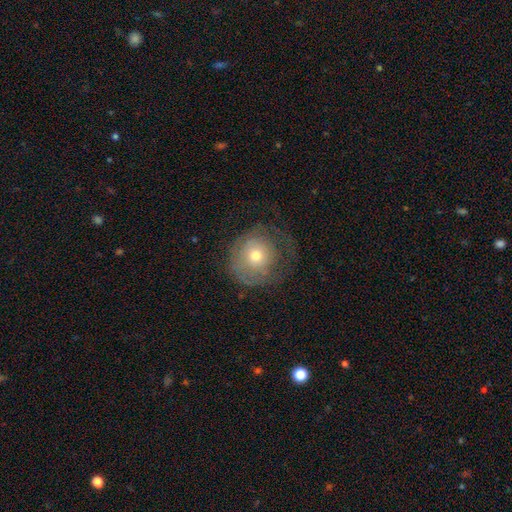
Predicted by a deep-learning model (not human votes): A smooth galaxy with no disk features (50%).

Vote fractions:
- Smooth or featured? smooth: 50% / featured or disk: 41% / star or artifact: 9%
- Merging? none: 53% / major disturbance: 23% / minor disturbance: 22% / merger: 1%